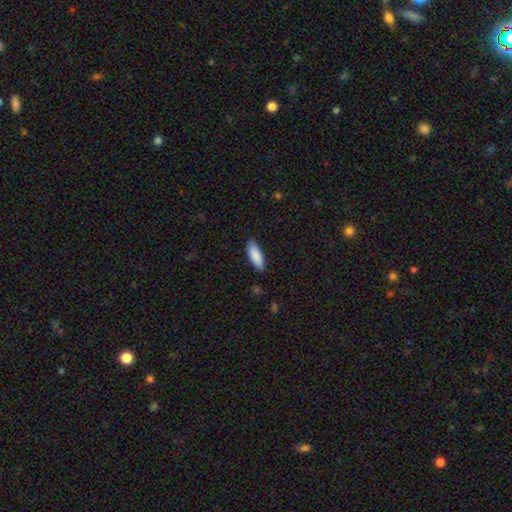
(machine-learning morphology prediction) The model was most divided on "how rounded": in between: 62%, cigar-shaped: 36%, round: 1%. More confident: smooth or featured — smooth (88%); merging — none (87%).